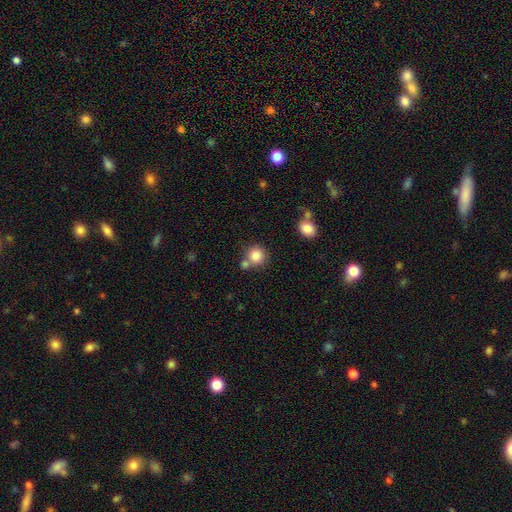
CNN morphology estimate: The model was most divided on "merging": none: 63%, merger: 24%, minor disturbance: 10%, major disturbance: 3%. More confident: how rounded — round (90%); smooth or featured — smooth (84%).